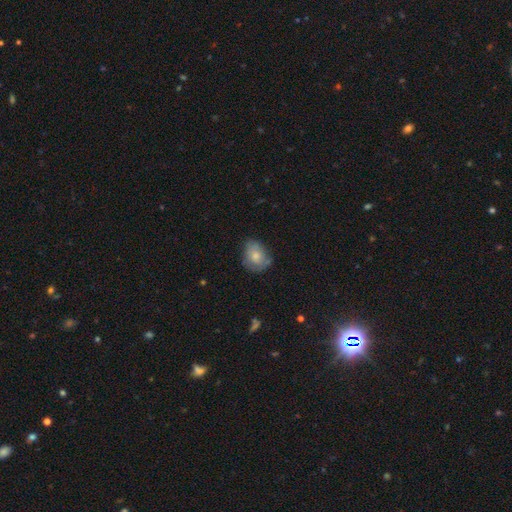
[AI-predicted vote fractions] This appears to be a smooth galaxy with no disk features (73%) that is in between round and cigar-shaped (52%). Merging: none (59%).